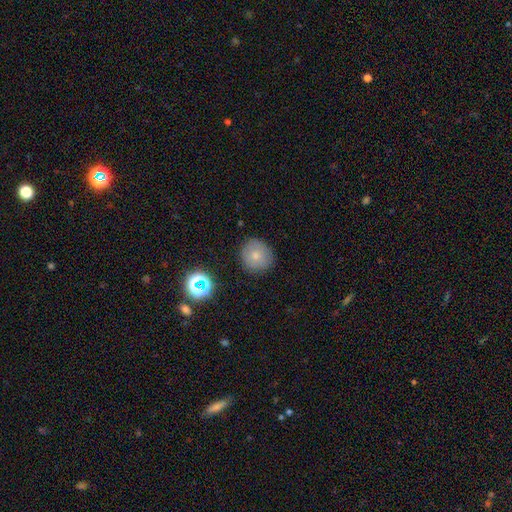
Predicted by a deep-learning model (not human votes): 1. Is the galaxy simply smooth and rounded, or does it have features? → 75% smooth, 13% featured or disk, 12% star or artifact.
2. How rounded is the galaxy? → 91% round, 8% in between, 1% cigar-shaped.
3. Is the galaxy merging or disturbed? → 85% none, 10% minor disturbance, 3% major disturbance, 2% merger.